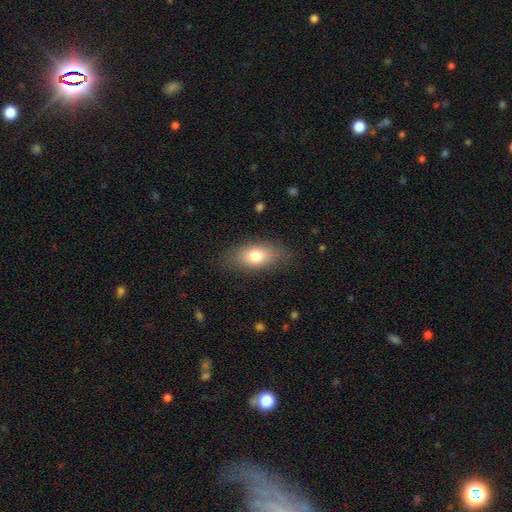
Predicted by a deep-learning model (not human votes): Q: Smooth or featured?
A: smooth (77%); runner-up: featured or disk (15%)
Q: How rounded?
A: in between (86%); runner-up: round (8%)
Q: Merging?
A: none (81%); runner-up: minor disturbance (14%)